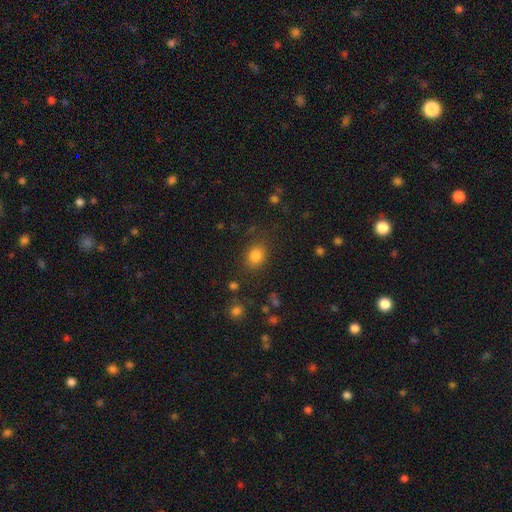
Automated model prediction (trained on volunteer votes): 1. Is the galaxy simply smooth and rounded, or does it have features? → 82% smooth, 13% star or artifact, 6% featured or disk.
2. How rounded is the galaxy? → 50% round, 48% in between, 1% cigar-shaped.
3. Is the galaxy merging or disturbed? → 79% none, 13% minor disturbance, 5% major disturbance, 3% merger.